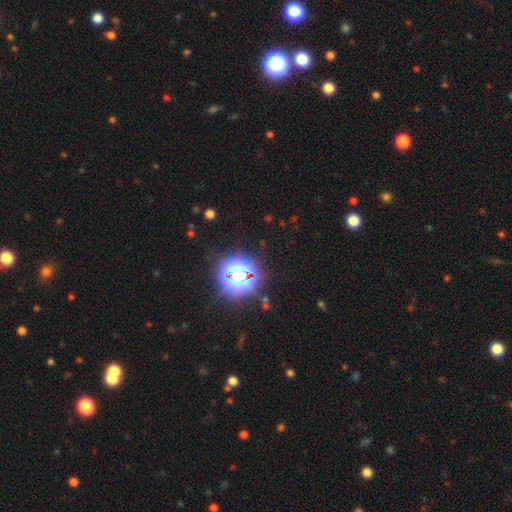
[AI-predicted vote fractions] The model was most divided on "smooth or featured": star or artifact: 80%, smooth: 14%, featured or disk: 6%.